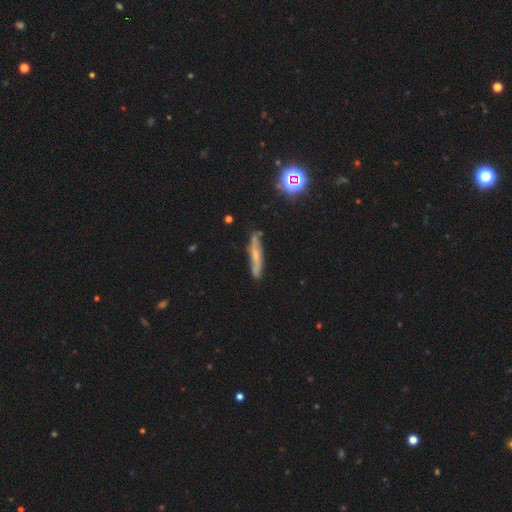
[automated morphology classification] This appears to be a featured or disk galaxy (56%) viewed edge-on (77%). Merging: none (79%).